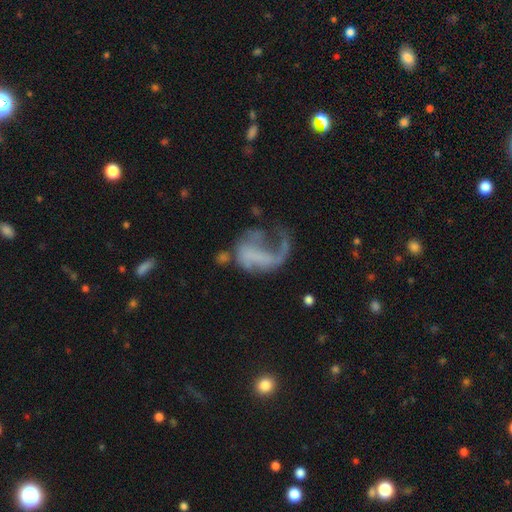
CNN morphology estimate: Smooth or featured? featured or disk (60%)
Edge-on disk? no (97%)
Bar? no (73%)
Spiral arms? no (51%)
Bulge size? none (76%)
Merging? major disturbance (57%)